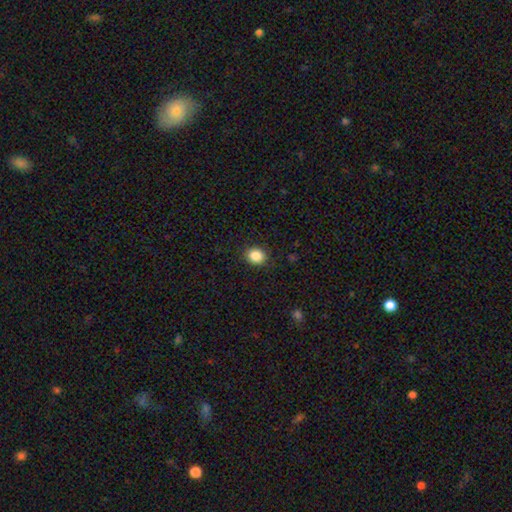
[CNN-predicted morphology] Smooth or featured: smooth — 86% (star or artifact — 10%)
How rounded: round — 66% (in between — 33%)
Merging: none — 89% (minor disturbance — 8%)